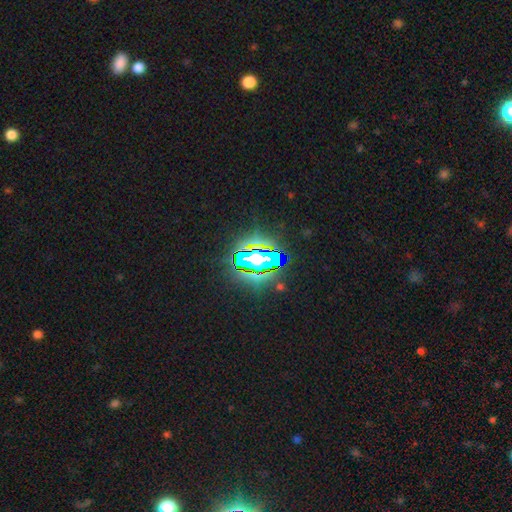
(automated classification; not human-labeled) Smooth or featured: star or artifact — 65% (smooth — 18%)